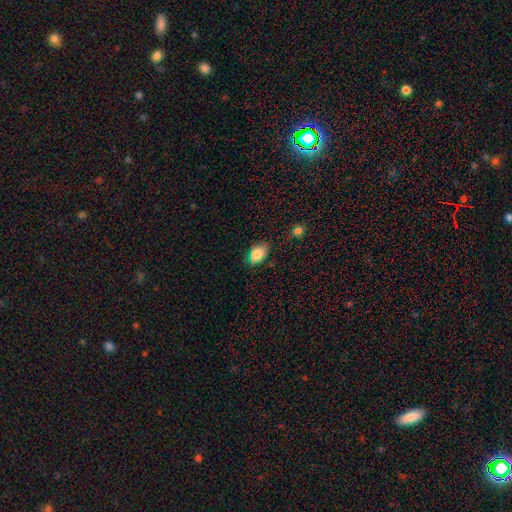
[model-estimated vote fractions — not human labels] Smooth or featured: smooth — 84% (star or artifact — 9%)
How rounded: in between — 83% (round — 16%)
Merging: none — 72% (minor disturbance — 22%)